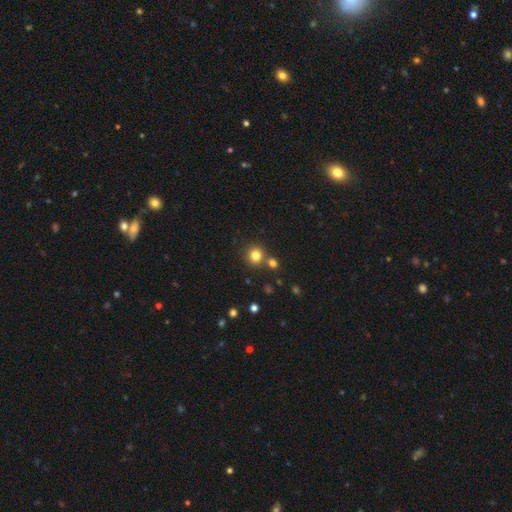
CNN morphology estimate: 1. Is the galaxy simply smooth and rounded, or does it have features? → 81% smooth, 13% star or artifact, 6% featured or disk.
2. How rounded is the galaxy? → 89% round, 10% in between, 1% cigar-shaped.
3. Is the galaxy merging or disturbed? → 74% none, 15% merger, 8% minor disturbance, 3% major disturbance.